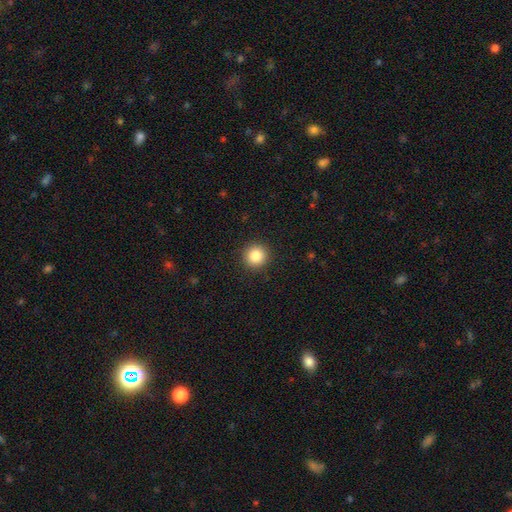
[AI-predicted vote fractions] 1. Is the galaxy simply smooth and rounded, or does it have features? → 85% smooth, 10% star or artifact, 5% featured or disk.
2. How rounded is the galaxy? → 94% round, 5% in between, 1% cigar-shaped.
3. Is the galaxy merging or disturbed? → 92% none, 5% minor disturbance, 2% major disturbance, 1% merger.